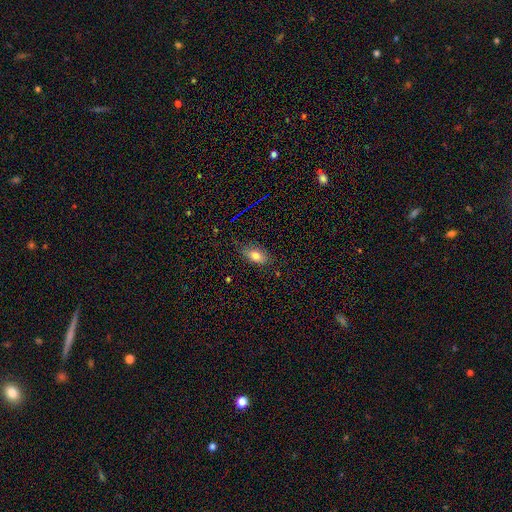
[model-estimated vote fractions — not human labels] This is likely a smooth galaxy (78%). How rounded: clearly in between (87%). Merging: likely none (78%).